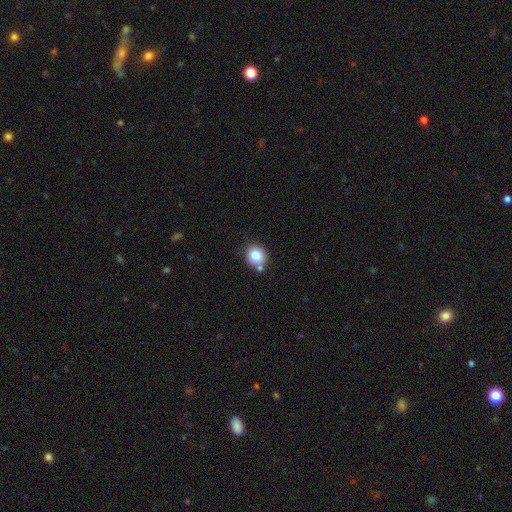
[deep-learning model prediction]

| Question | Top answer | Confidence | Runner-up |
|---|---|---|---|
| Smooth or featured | smooth | 82% | star or artifact (10%) |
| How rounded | round | 79% | in between (20%) |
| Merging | none | 67% | merger (16%) |